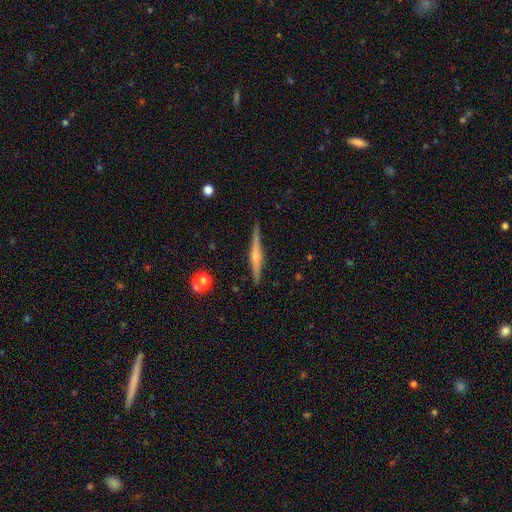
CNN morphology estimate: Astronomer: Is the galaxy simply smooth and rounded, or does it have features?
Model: featured or disk — 80%.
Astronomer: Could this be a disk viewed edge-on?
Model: yes — 98%.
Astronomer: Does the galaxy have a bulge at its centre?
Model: rounded — 86%.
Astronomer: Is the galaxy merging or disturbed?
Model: none — 91%.